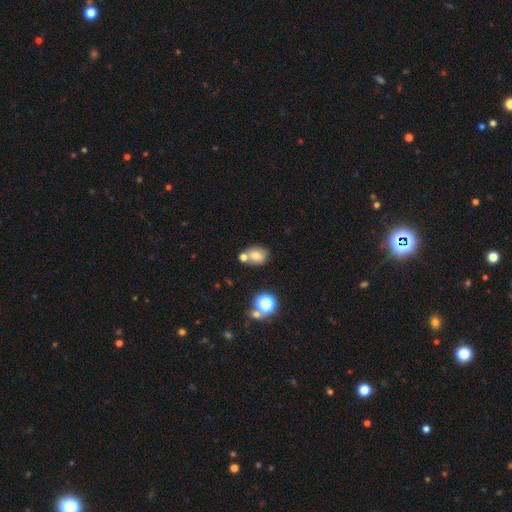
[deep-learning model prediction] This is likely a smooth galaxy (70%). How rounded: possibly round (52%). Merging: possibly none (57%).